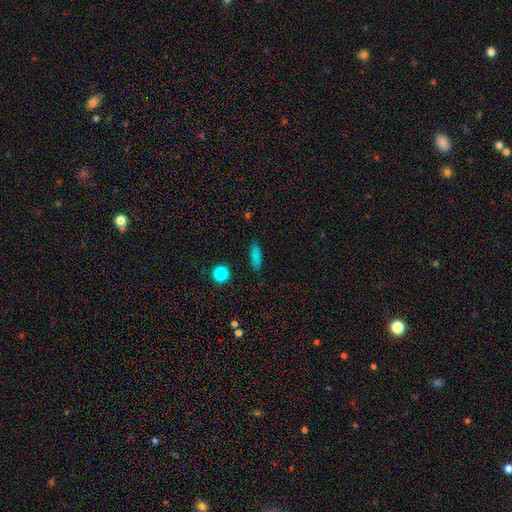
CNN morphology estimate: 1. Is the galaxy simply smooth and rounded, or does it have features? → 82% smooth, 11% star or artifact, 8% featured or disk.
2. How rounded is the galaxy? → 55% cigar-shaped, 40% in between, 5% round.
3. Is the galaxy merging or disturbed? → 86% none, 10% minor disturbance, 3% major disturbance, 2% merger.